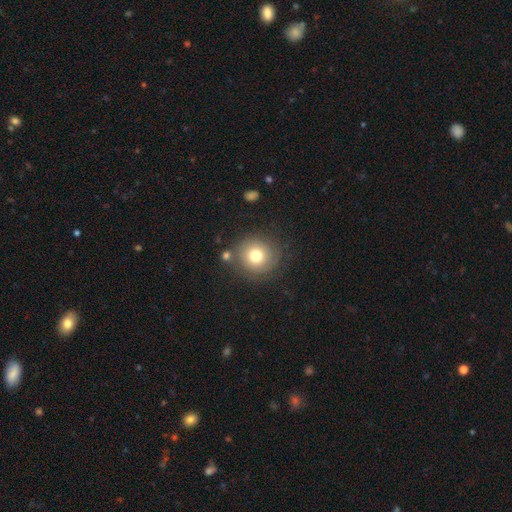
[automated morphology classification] This is likely a smooth galaxy (72%). How rounded: clearly round (92%). Merging: likely none (78%).